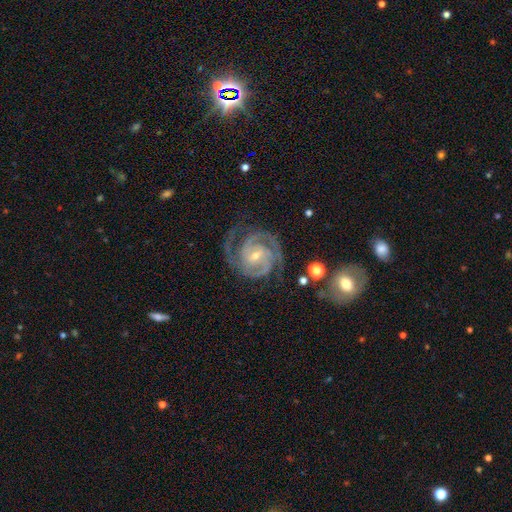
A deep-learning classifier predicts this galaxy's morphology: This is clearly a featured or disk galaxy (93%). It is clearly not viewed edge-on (98%). Bar: marginally weak (41%). Spiral arm pattern: clearly yes (99%). Spiral arm count: possibly 2 (57%). Spiral winding: likely tight (68%). Central bulge: likely small (65%). Merging: likely none (73%).